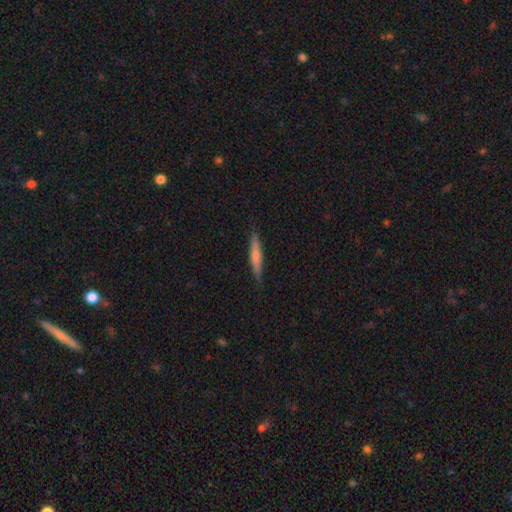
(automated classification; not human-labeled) Q: Smooth or featured?
A: smooth (61%); runner-up: featured or disk (34%)
Q: How rounded?
A: cigar-shaped (91%); runner-up: in between (7%)
Q: Merging?
A: none (87%); runner-up: minor disturbance (10%)